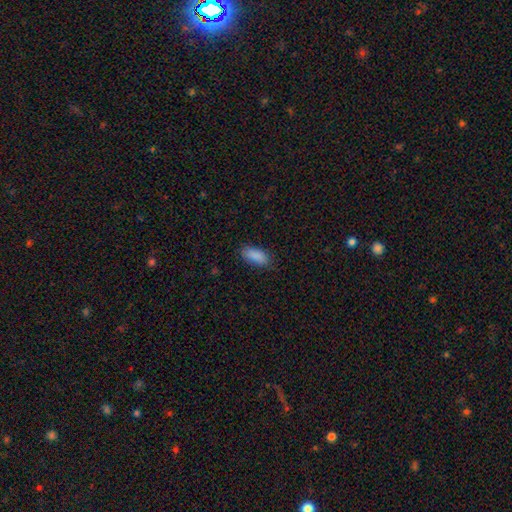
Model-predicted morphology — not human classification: A smooth galaxy with no disk features (89%) that is in between round and cigar-shaped (86%).

Vote fractions:
- Smooth or featured? smooth: 89% / star or artifact: 7% / featured or disk: 4%
- How rounded? in between: 86% / cigar-shaped: 12% / round: 2%
- Merging? none: 84% / minor disturbance: 13% / major disturbance: 3% / merger: 1%